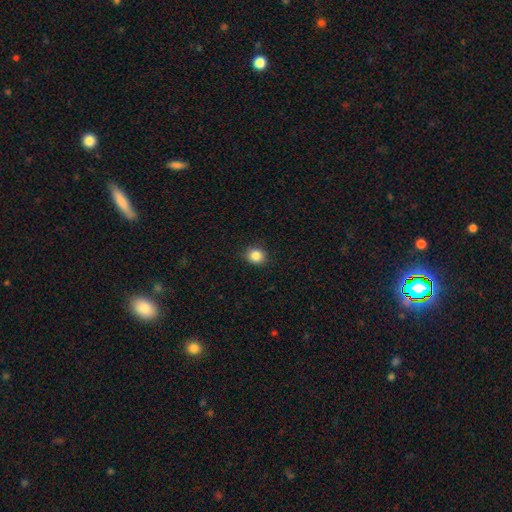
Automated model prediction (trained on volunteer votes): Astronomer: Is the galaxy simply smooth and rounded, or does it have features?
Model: smooth — 86%.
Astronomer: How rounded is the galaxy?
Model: round — 76%.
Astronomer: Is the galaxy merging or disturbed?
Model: none — 89%.